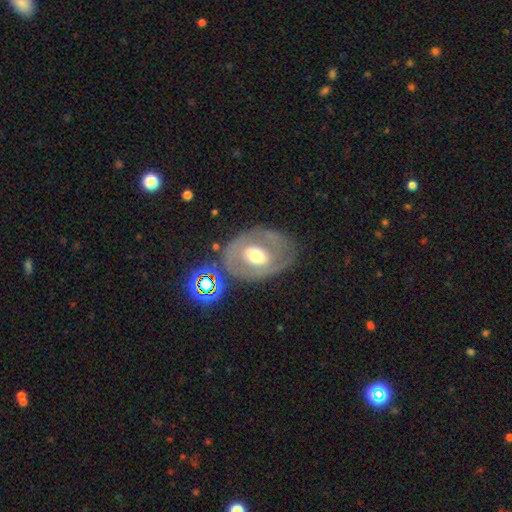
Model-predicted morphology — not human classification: Smooth or featured?
  - featured or disk: 58% *
  - smooth: 33%
  - star or artifact: 8%
Edge-on disk?
  - no: 93% *
  - yes: 7%
Bar?
  - no: 58% *
  - weak: 28%
  - strong: 14%
Spiral arms?
  - no: 70% *
  - yes: 30%
Bulge size?
  - moderate: 68% *
  - large: 18%
  - small: 11%
  - dominant: 2%
  - none: 1%
Merging?
  - none: 67% *
  - minor disturbance: 17%
  - major disturbance: 10%
  - merger: 6%